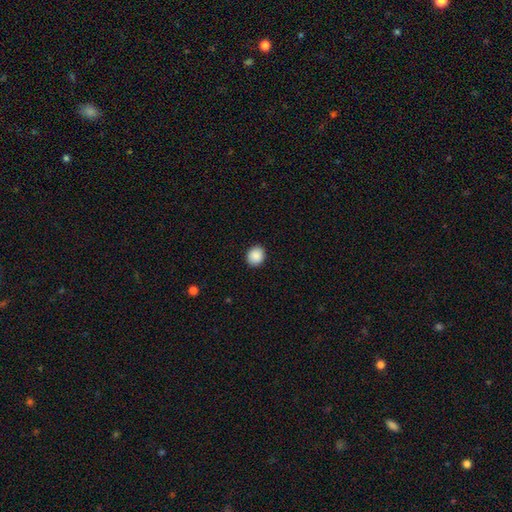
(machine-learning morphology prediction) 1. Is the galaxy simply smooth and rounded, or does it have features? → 89% smooth, 8% star or artifact, 3% featured or disk.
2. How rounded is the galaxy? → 69% round, 30% in between, 1% cigar-shaped.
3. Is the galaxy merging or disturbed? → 91% none, 6% minor disturbance, 2% major disturbance, 1% merger.